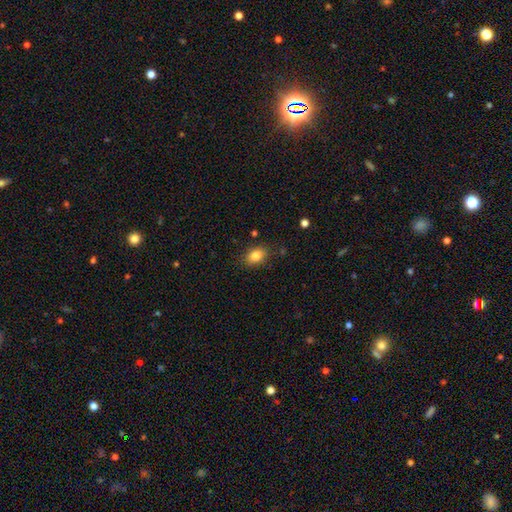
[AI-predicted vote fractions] A smooth galaxy with no disk features (84%) that is in between round and cigar-shaped (77%).

Vote fractions:
- Smooth or featured? smooth: 84% / star or artifact: 9% / featured or disk: 7%
- How rounded? in between: 77% / round: 21% / cigar-shaped: 2%
- Merging? none: 83% / minor disturbance: 12% / major disturbance: 3% / merger: 2%